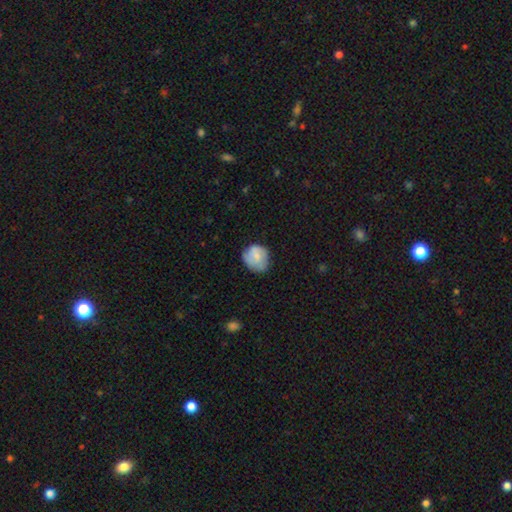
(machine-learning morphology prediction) This is likely a smooth galaxy (63%). How rounded: likely round (74%). Merging: likely none (63%).